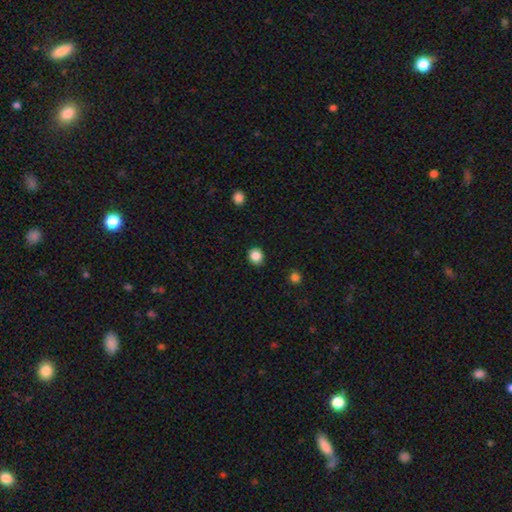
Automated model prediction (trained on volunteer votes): This is clearly a smooth galaxy (86%). How rounded: clearly round (86%). Merging: clearly none (89%).